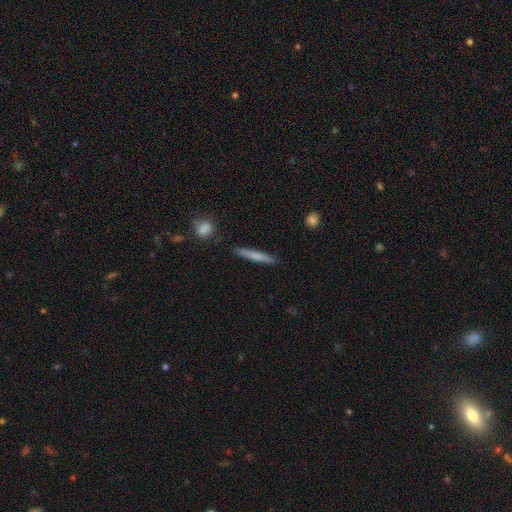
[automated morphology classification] smooth_or_featured: smooth (p=0.68) [alt: featured or disk p=0.26]
how_rounded: cigar-shaped (p=0.95) [alt: in between p=0.04]
merging: none (p=0.87) [alt: minor disturbance p=0.09]